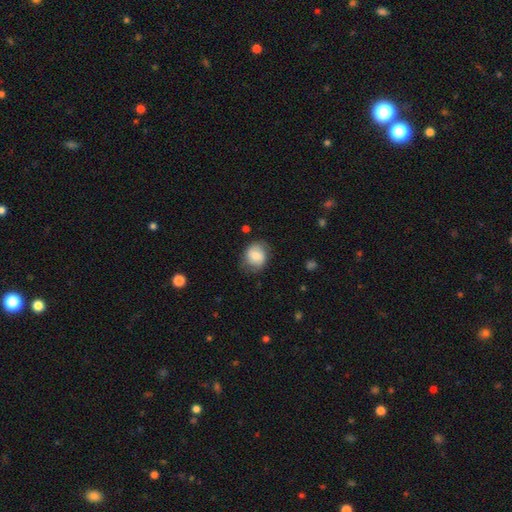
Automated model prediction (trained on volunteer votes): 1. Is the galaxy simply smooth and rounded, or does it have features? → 71% smooth, 21% featured or disk, 8% star or artifact.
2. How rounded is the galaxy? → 67% round, 32% in between, 1% cigar-shaped.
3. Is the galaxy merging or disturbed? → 69% none, 23% minor disturbance, 7% major disturbance, 1% merger.